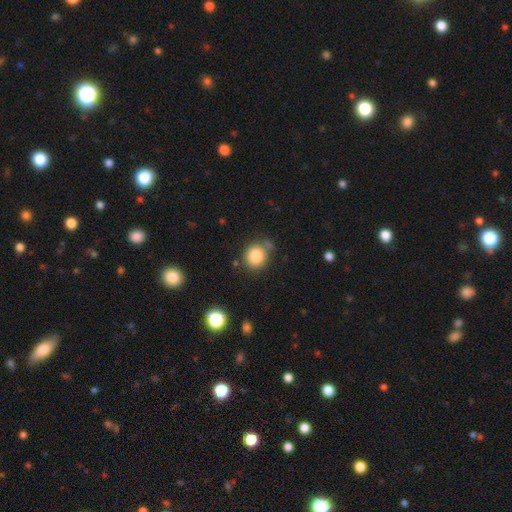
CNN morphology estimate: Q: Smooth or featured?
A: smooth (85%); runner-up: star or artifact (10%)
Q: How rounded?
A: round (81%); runner-up: in between (18%)
Q: Merging?
A: none (71%); runner-up: minor disturbance (15%)